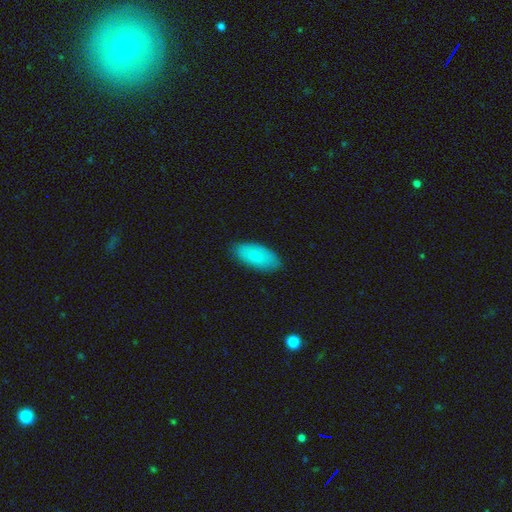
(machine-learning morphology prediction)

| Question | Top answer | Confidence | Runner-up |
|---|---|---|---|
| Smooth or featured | smooth | 85% | featured or disk (9%) |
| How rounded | in between | 89% | cigar-shaped (9%) |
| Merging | none | 86% | minor disturbance (11%) |